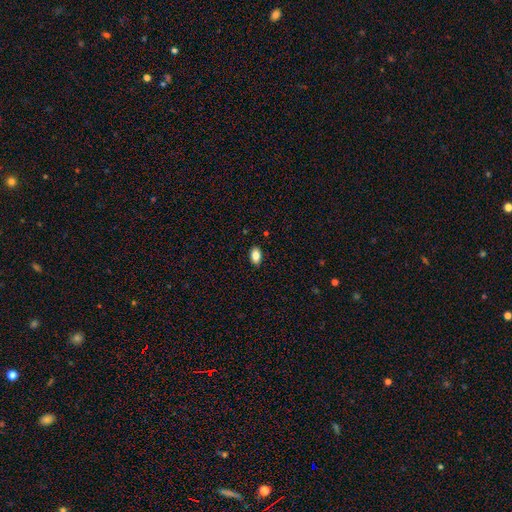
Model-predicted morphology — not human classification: Overall: smooth (84%). How rounded: in between (89%). Merging: none (89%).